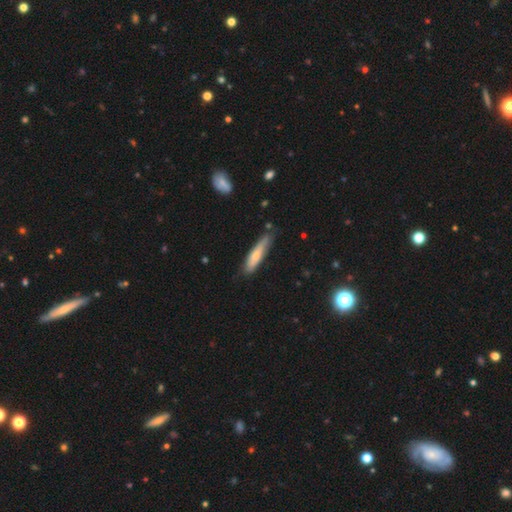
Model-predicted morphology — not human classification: smooth-or-featured: smooth: 65% | featured or disk: 29% | star or artifact: 5%
  how-rounded: cigar-shaped: 79% | in between: 19% | round: 1%
  merging: none: 70% | minor disturbance: 24% | major disturbance: 4% | merger: 3%